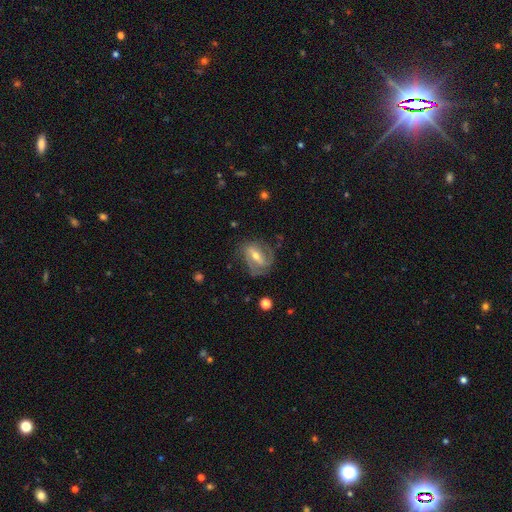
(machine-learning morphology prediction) featured or disk 77%, smooth 16%, star or artifact 6%. Down the decision tree: edge-on disk — no (94%); bar — strong (47%); spiral arms — yes (88%); spiral arm count — 2 (65%); spiral winding — medium (44%); bulge size — moderate (61%); merging — none (64%).